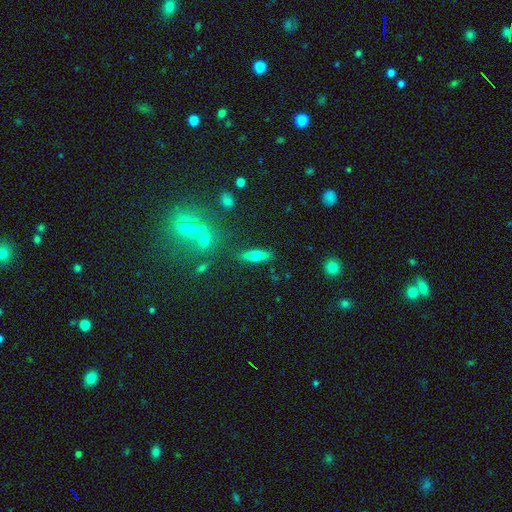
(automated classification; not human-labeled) Smooth or featured?
  - smooth: 64% *
  - featured or disk: 27%
  - star or artifact: 9%
How rounded?
  - cigar-shaped: 50% *
  - in between: 46%
  - round: 4%
Merging?
  - none: 82% *
  - minor disturbance: 11%
  - merger: 4%
  - major disturbance: 3%